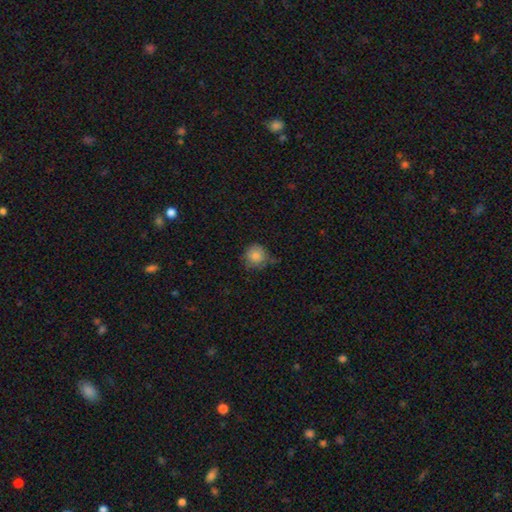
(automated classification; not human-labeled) Q: Smooth or featured?
A: smooth (83%); runner-up: star or artifact (9%)
Q: How rounded?
A: round (91%); runner-up: in between (8%)
Q: Merging?
A: none (63%); runner-up: minor disturbance (28%)